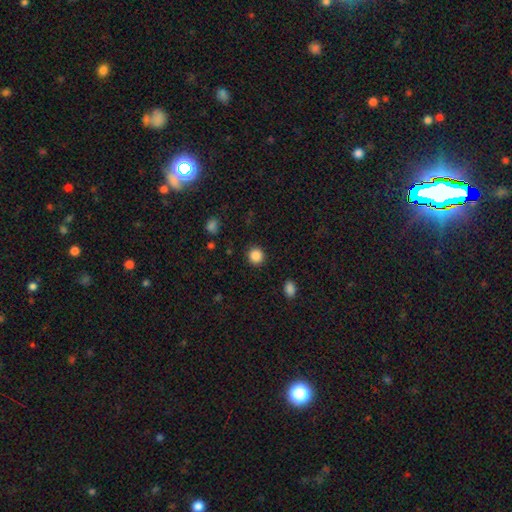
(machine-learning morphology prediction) The model was most divided on "smooth or featured": smooth: 87%, star or artifact: 10%, featured or disk: 3%. More confident: how rounded — round (91%); merging — none (90%).